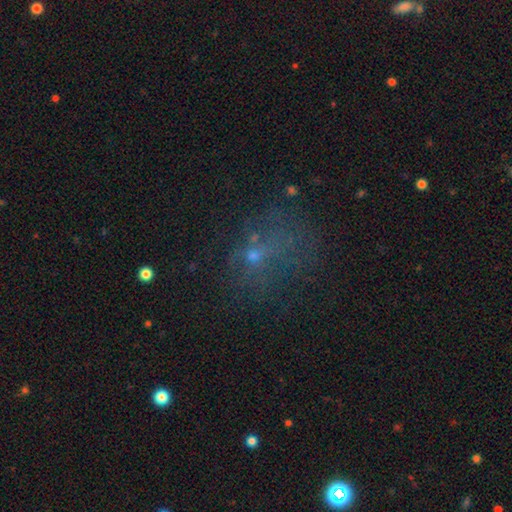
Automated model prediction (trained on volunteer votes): Smooth or featured? smooth (36%)
Merging? none (43%)